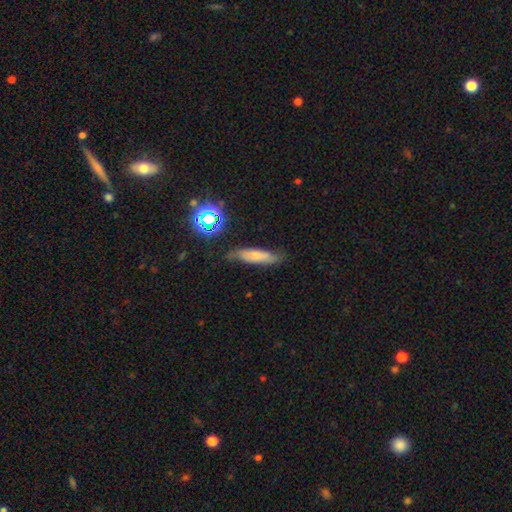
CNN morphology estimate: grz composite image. It shows a smooth galaxy with no disk features (59%) that is cigar-shaped (73%). Merging: none (68%).